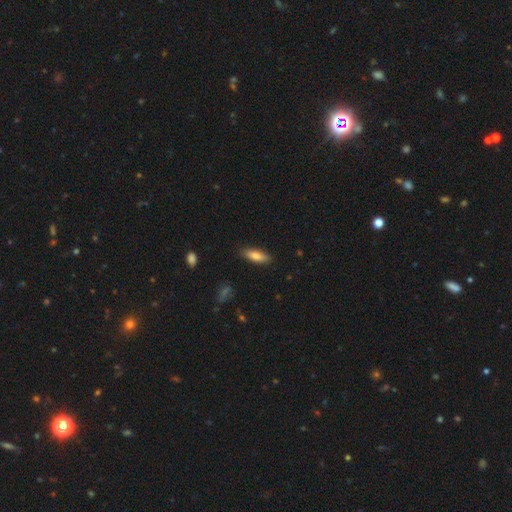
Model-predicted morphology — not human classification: smooth-or-featured: smooth: 78% | featured or disk: 15% | star or artifact: 6%
  how-rounded: in between: 57% | cigar-shaped: 41% | round: 2%
  merging: none: 87% | minor disturbance: 10% | major disturbance: 2% | merger: 1%